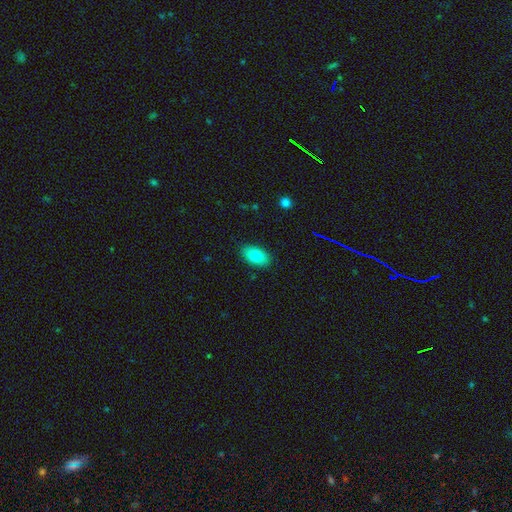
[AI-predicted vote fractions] Overall: smooth (79%). How rounded: in between (91%). Merging: none (88%).